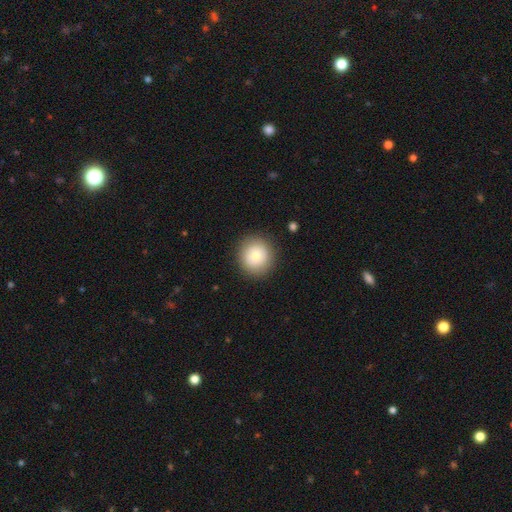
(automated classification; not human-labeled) This appears to be a smooth galaxy with no disk features (75%) that is round (92%). Merging: none (89%).